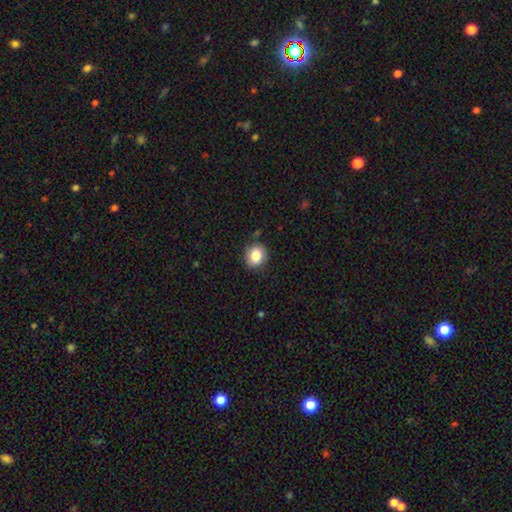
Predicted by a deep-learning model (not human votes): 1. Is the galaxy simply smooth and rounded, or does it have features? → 84% smooth, 9% star or artifact, 7% featured or disk.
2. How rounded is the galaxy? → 68% round, 31% in between, 1% cigar-shaped.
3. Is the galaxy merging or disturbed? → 86% none, 10% minor disturbance, 2% major disturbance, 1% merger.